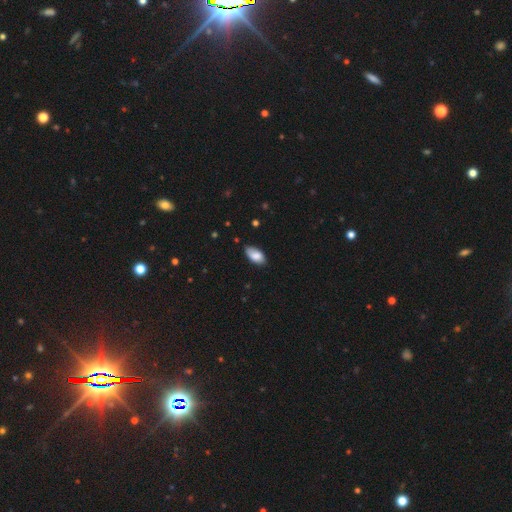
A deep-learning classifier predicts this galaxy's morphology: A smooth galaxy with no disk features (83%) that is in between round and cigar-shaped (94%).

Vote fractions:
- Smooth or featured? smooth: 83% / featured or disk: 10% / star or artifact: 7%
- How rounded? in between: 94% / cigar-shaped: 3% / round: 3%
- Merging? none: 72% / minor disturbance: 23% / major disturbance: 3% / merger: 1%